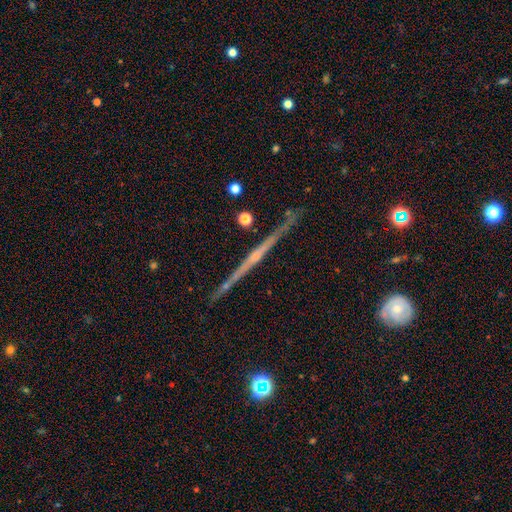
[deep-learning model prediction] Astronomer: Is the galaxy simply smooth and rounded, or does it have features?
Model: featured or disk — 80%.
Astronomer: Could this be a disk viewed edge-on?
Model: yes — 98%.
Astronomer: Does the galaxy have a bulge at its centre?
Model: rounded — 51% (runner-up: none, 39%).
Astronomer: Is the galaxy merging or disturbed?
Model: none — 89%.